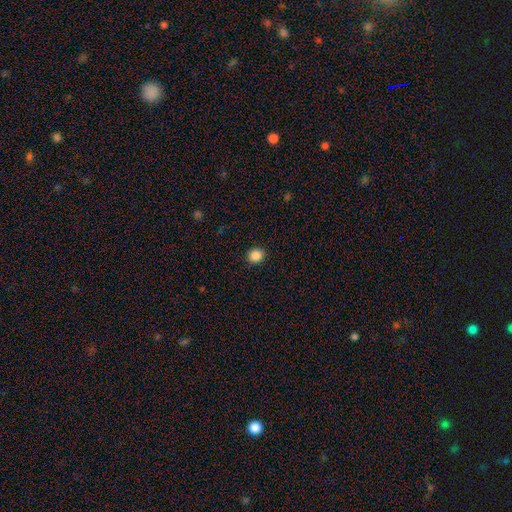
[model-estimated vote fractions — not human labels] Smooth or featured: smooth — 87% (star or artifact — 10%)
How rounded: round — 80% (in between — 19%)
Merging: none — 92% (minor disturbance — 5%)